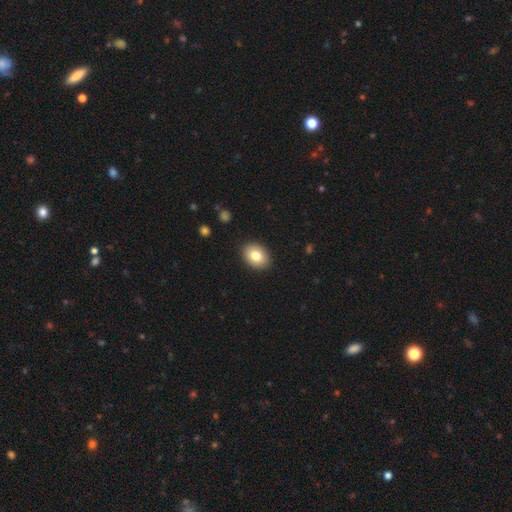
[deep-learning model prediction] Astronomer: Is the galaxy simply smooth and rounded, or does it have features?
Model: smooth — 81%.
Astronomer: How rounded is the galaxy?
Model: in between — 70%.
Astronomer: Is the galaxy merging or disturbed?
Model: none — 90%.